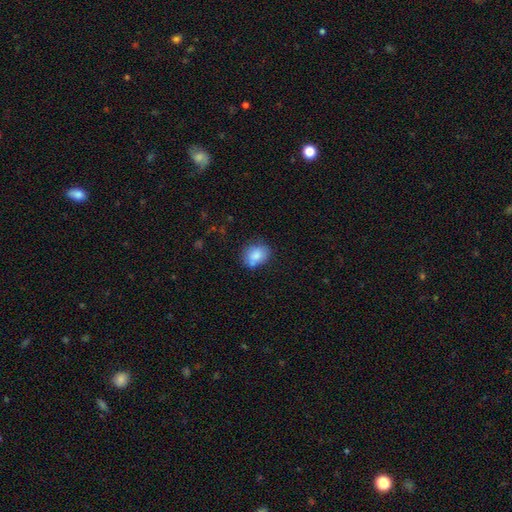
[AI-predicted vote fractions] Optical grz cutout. It shows a smooth galaxy with no disk features (81%) that is in between round and cigar-shaped (50%). Merging: none (62%).